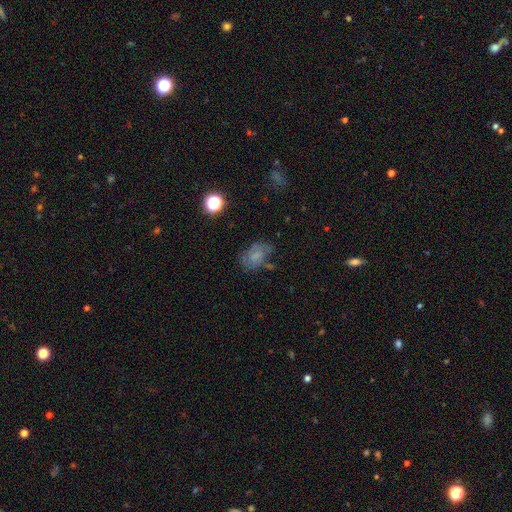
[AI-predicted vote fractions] Smooth or featured? Predicted: smooth (p=0.56). How rounded? Predicted: in between (p=0.81). Merging? Predicted: none (p=0.51).